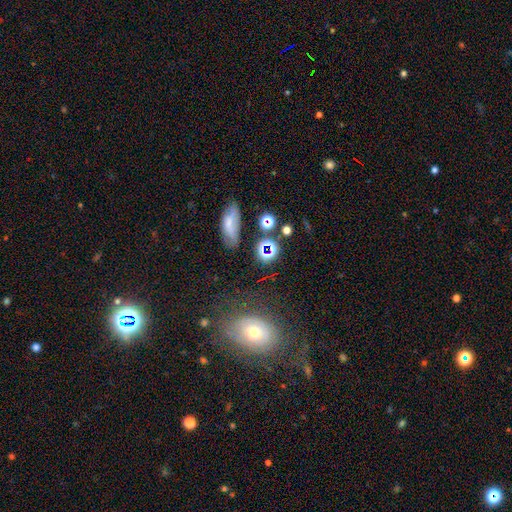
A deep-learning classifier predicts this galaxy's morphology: smooth_or_featured: smooth (p=0.40) [alt: star or artifact p=0.34]
merging: none (p=0.69) [alt: minor disturbance p=0.16]